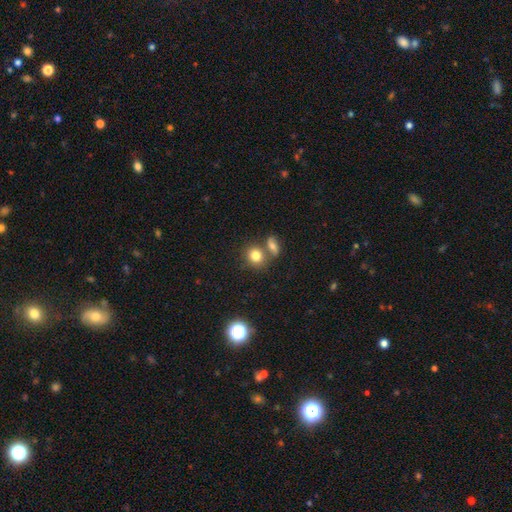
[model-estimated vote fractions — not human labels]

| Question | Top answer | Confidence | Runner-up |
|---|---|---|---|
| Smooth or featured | smooth | 79% | star or artifact (11%) |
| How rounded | round | 69% | in between (30%) |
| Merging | none | 56% | merger (30%) |